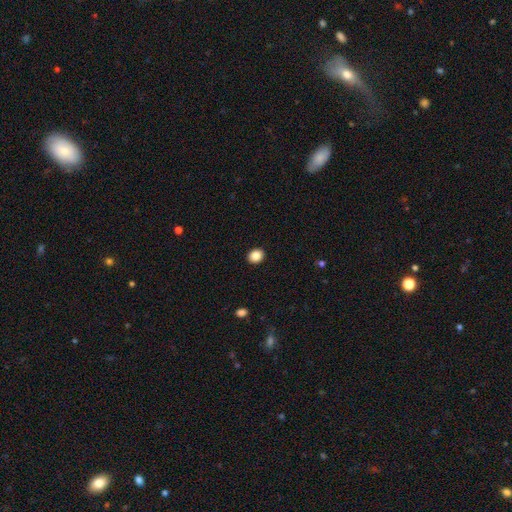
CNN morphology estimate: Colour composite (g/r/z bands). It shows a smooth galaxy with no disk features (87%) that is round (61%). Merging: none (92%).